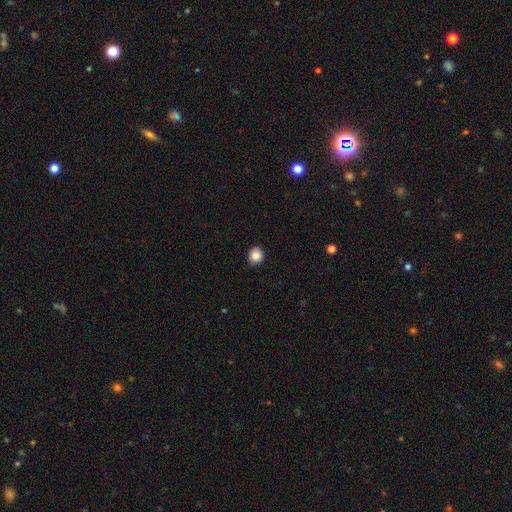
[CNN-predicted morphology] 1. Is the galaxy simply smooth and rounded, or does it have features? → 84% smooth, 10% star or artifact, 6% featured or disk.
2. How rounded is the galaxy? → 87% round, 12% in between, 1% cigar-shaped.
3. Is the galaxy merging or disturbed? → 89% none, 8% minor disturbance, 2% major disturbance, 1% merger.